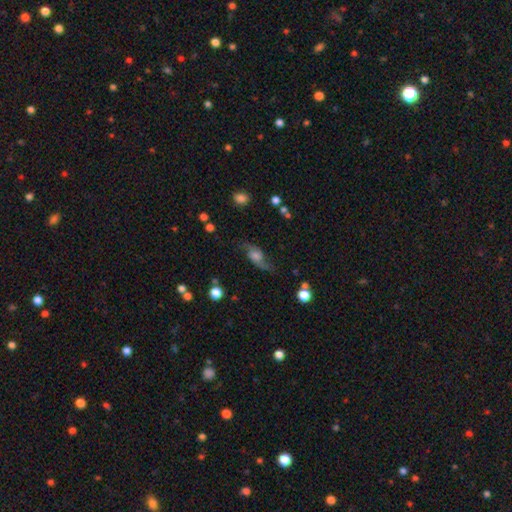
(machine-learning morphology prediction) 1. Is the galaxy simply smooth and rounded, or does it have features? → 65% featured or disk, 24% smooth, 10% star or artifact.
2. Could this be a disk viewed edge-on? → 86% no, 14% yes.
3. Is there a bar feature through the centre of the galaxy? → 66% no, 28% weak, 6% strong.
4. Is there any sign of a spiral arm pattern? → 92% yes, 8% no.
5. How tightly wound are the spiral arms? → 79% loose, 17% medium, 4% tight.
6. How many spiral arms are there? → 91% 2, 4% can't tell, 3% 1, 1% 3, 1% 4, 1% more than 4.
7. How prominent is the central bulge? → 33% moderate, 24% large, 22% small, 16% none, 5% dominant.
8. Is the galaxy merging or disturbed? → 65% none, 21% minor disturbance, 12% major disturbance, 2% merger.